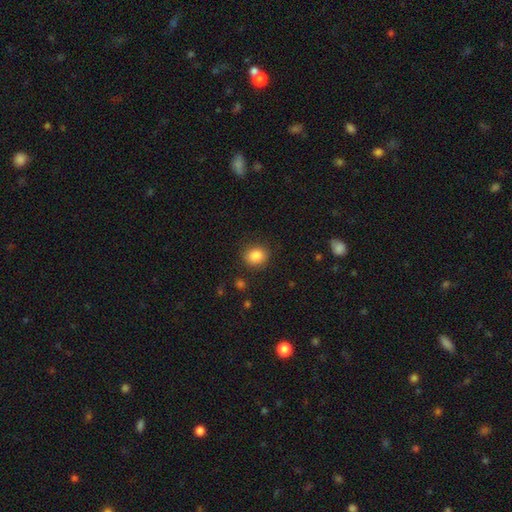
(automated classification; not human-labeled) This is clearly a smooth galaxy (86%). How rounded: likely round (68%). Merging: clearly none (85%).